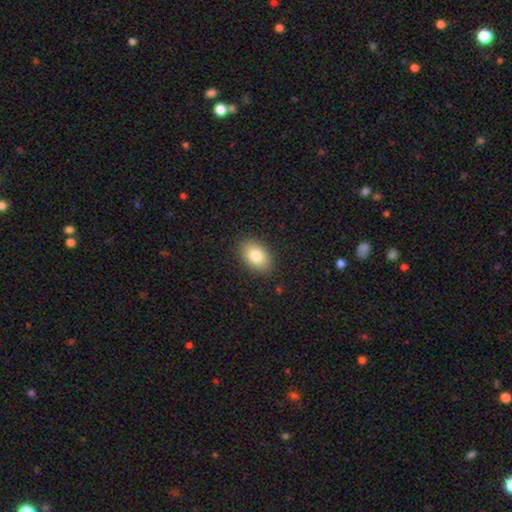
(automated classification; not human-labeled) This is clearly a smooth galaxy (83%). How rounded: clearly in between (86%). Merging: clearly none (87%).